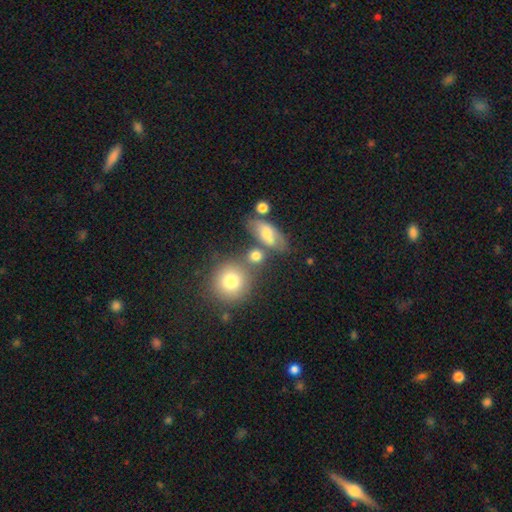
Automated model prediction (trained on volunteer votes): The model was most divided on "how rounded" (2-way tie): in between: 47%, round: 47%, cigar-shaped: 6%. More confident: smooth or featured — smooth (70%); merging — none (55%).